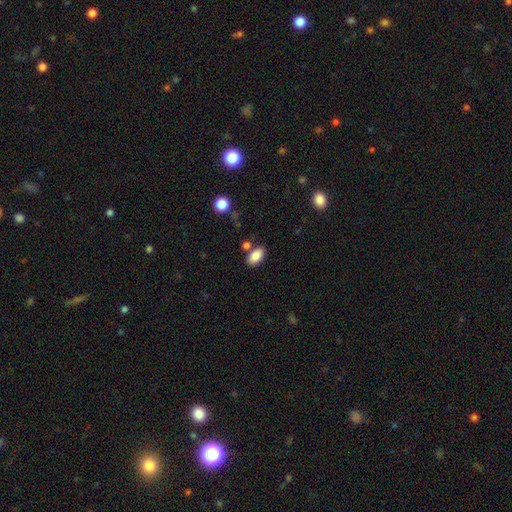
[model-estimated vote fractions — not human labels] A smooth galaxy with no disk features (86%) that is in between round and cigar-shaped (93%). Merging: none (76%).